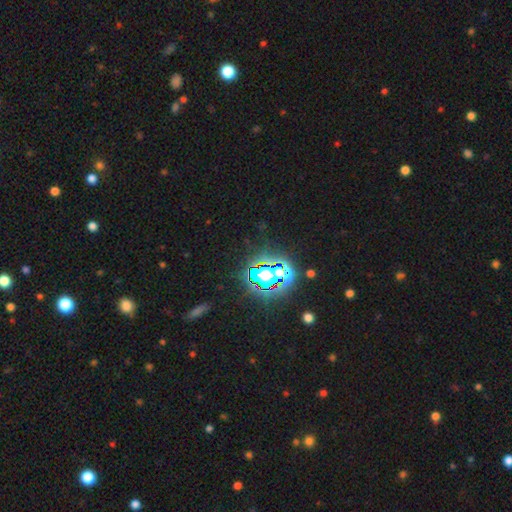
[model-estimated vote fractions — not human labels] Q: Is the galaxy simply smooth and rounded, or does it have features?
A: star or artifact — 77%.